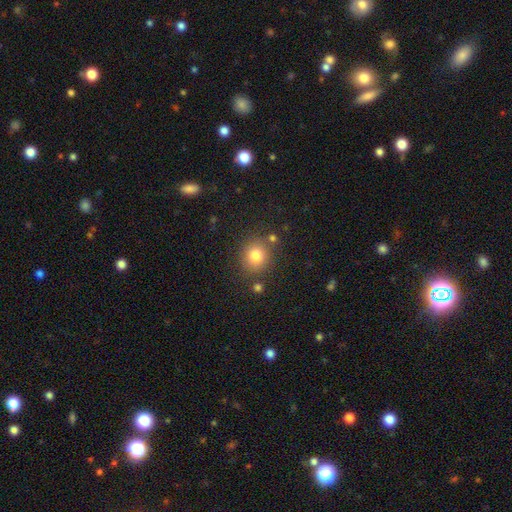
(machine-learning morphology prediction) smooth-or-featured: smooth: 81% | star or artifact: 12% | featured or disk: 7%
  how-rounded: round: 86% | in between: 13% | cigar-shaped: 1%
  merging: none: 81% | minor disturbance: 10% | merger: 6% | major disturbance: 3%